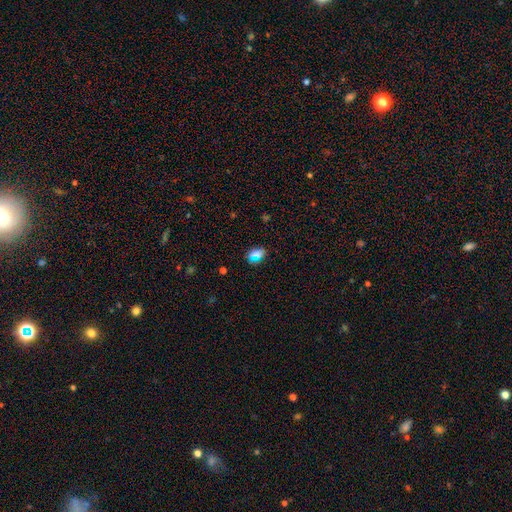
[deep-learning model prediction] Overall: smooth (67%). How rounded: in between (66%; round 28%). Merging: none (83%).